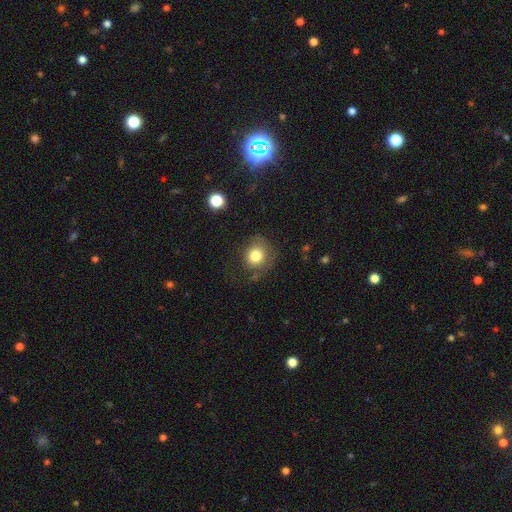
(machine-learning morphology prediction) This appears to be a smooth galaxy with no disk features (79%) that is round (78%). Merging: none (61%).